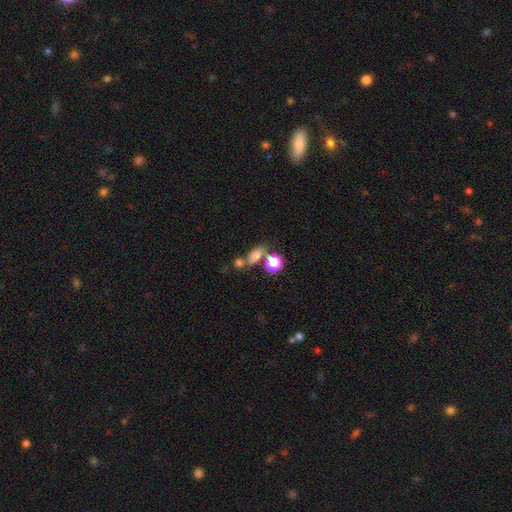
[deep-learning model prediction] The model was most divided on "merging": none: 52%, merger: 29%, minor disturbance: 12%, major disturbance: 7%. More confident: smooth or featured — smooth (70%); how rounded — in between (66%).